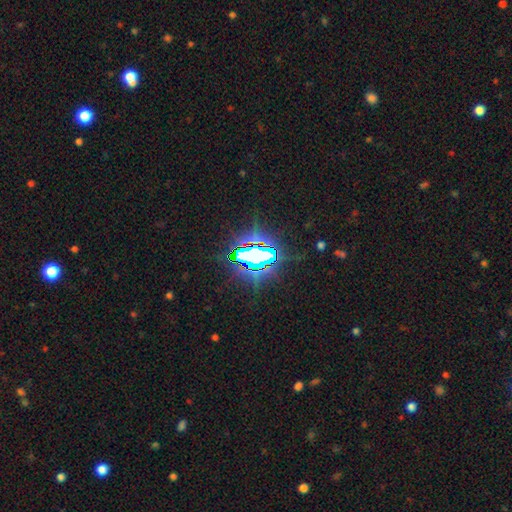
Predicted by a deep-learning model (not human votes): Smooth or featured?
  - star or artifact: 78% *
  - featured or disk: 11%
  - smooth: 11%